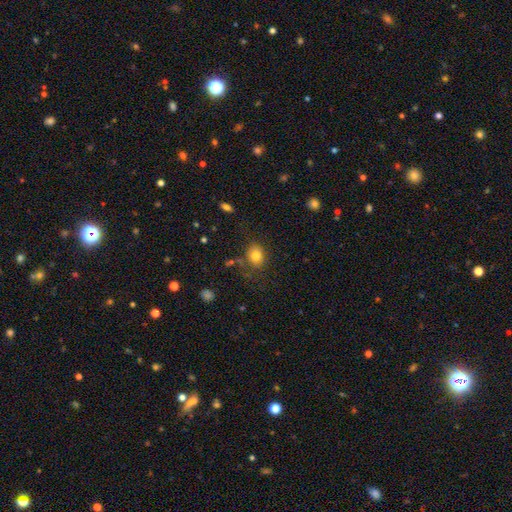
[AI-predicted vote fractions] Smooth or featured: smooth — 80% (star or artifact — 12%)
How rounded: round — 62% (in between — 37%)
Merging: none — 75% (minor disturbance — 16%)